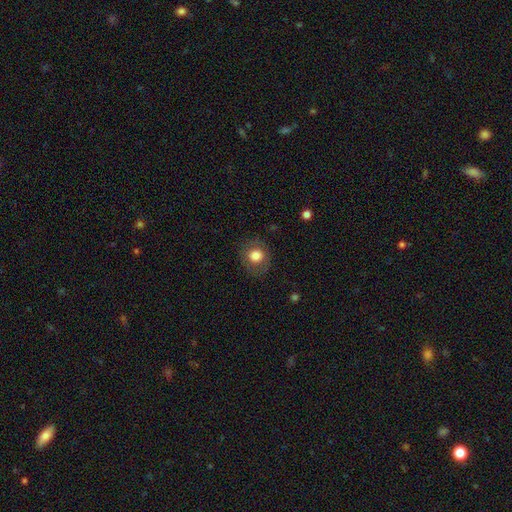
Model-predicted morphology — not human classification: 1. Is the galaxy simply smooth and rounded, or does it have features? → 78% smooth, 13% featured or disk, 9% star or artifact.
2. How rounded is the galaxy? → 80% round, 19% in between, 1% cigar-shaped.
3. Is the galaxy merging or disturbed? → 83% none, 11% minor disturbance, 5% major disturbance, 1% merger.